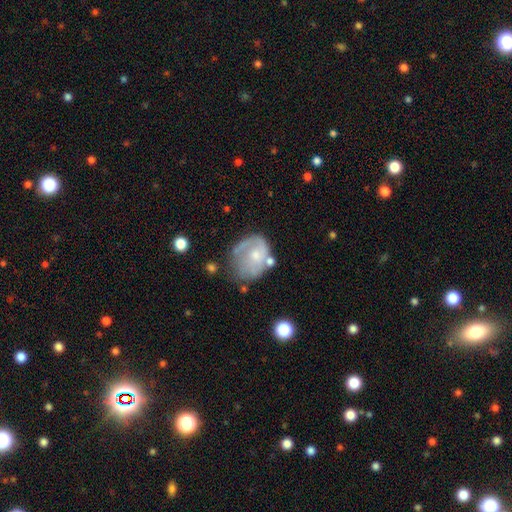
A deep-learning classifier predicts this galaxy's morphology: smooth_or_featured: featured or disk (p=0.59) [alt: smooth p=0.33]
disk_edge_on: no (p=0.97) [alt: yes p=0.03]
bar: no (p=0.75) [alt: weak p=0.22]
has_spiral_arms: yes (p=0.69) [alt: no p=0.31]
bulge_size: small (p=0.49) [alt: moderate p=0.38]
merging: none (p=0.42) [alt: minor disturbance p=0.27]